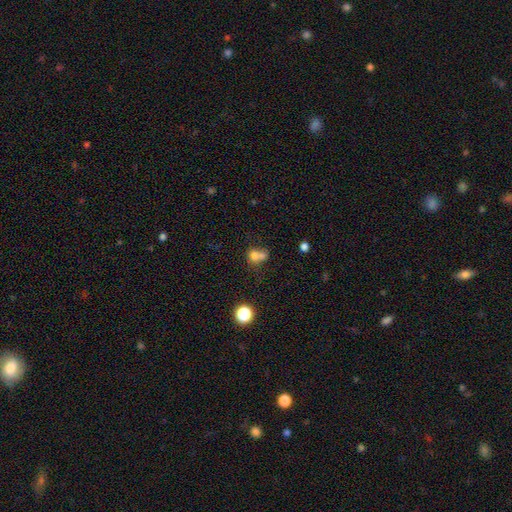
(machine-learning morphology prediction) smooth_or_featured: smooth (p=0.69) [alt: featured or disk p=0.16]
how_rounded: round (p=0.63) [alt: in between p=0.36]
merging: merger (p=0.59) [alt: none p=0.26]